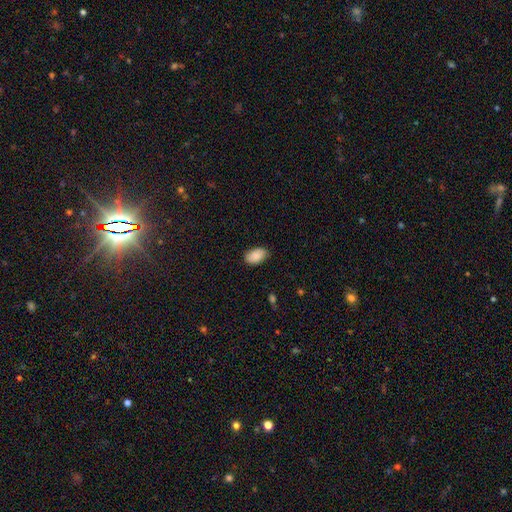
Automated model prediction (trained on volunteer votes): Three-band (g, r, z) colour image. It shows a smooth galaxy with no disk features (88%) that is in between round and cigar-shaped (92%). Merging: none (83%).